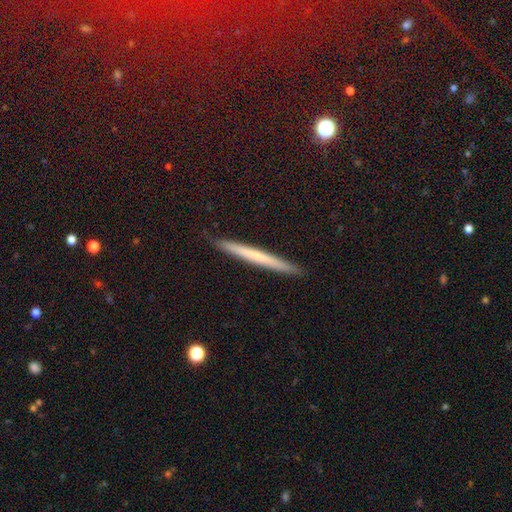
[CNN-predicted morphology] Q: Smooth or featured?
A: smooth (51%); runner-up: featured or disk (42%)
Q: How rounded?
A: cigar-shaped (97%); runner-up: in between (2%)
Q: Merging?
A: none (92%); runner-up: minor disturbance (6%)